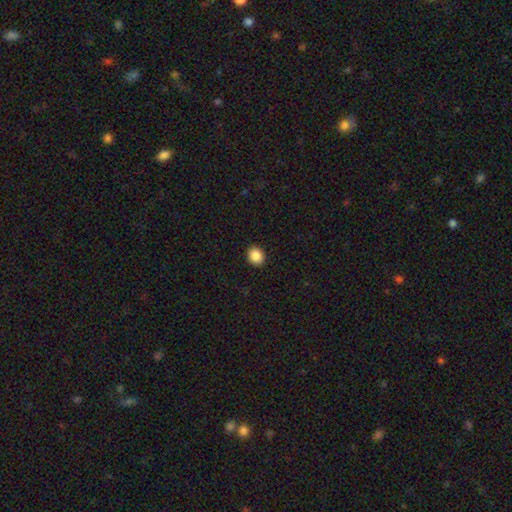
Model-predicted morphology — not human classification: A smooth galaxy with no disk features (87%) that is round (67%). Merging: none (92%).